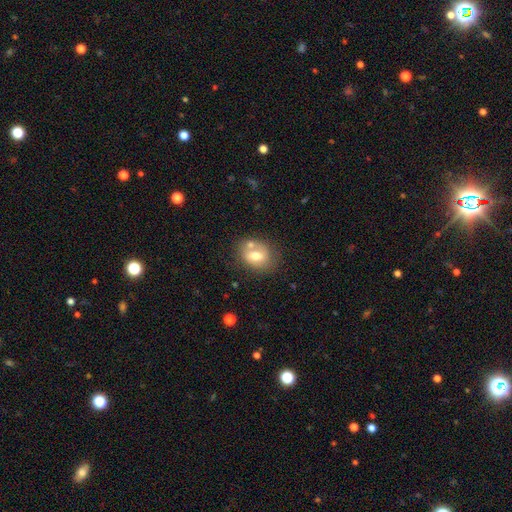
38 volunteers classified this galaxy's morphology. This appears to be a smooth galaxy with no disk features (53%) that is in between round and cigar-shaped (60%). Merging: none (64%).